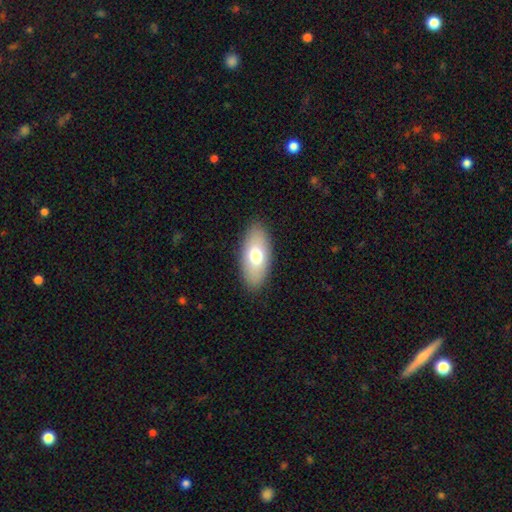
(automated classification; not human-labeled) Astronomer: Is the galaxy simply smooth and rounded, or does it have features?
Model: smooth — 70%.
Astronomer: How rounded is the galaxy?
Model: in between — 90%.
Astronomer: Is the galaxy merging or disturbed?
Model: none — 88%.